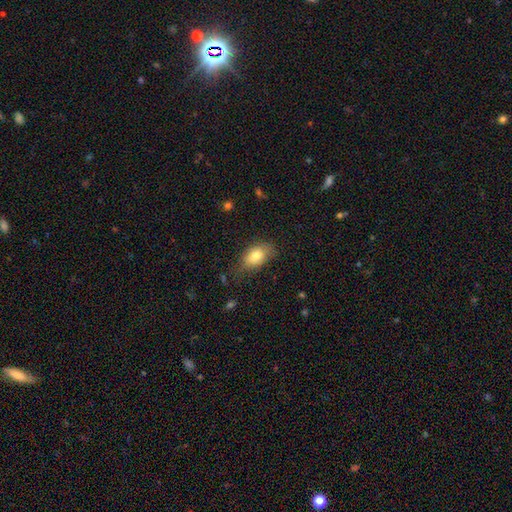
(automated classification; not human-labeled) smooth 80%, featured or disk 12%, star or artifact 8%. Down the decision tree: how rounded — in between (86%); merging — none (66%).